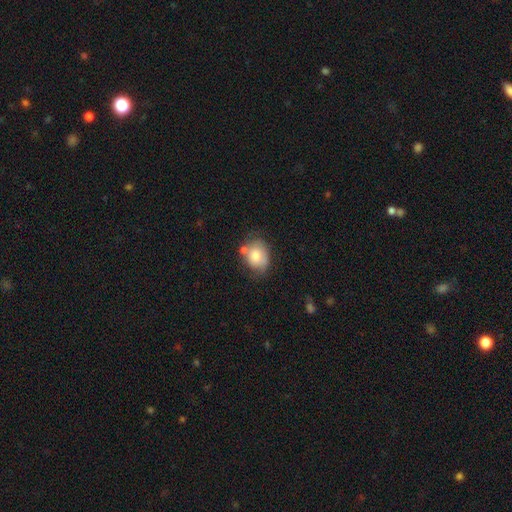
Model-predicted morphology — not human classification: The model was most divided on "how rounded" (2-way tie): round: 50%, in between: 50%, cigar-shaped: 1%. More confident: smooth or featured — smooth (74%); merging — none (53%).